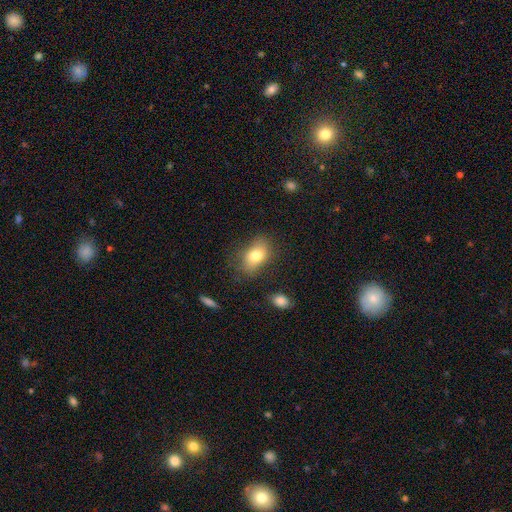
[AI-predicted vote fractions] smooth_or_featured: smooth (p=0.76) [alt: featured or disk p=0.15]
how_rounded: in between (p=0.83) [alt: round p=0.15]
merging: none (p=0.72) [alt: minor disturbance p=0.19]